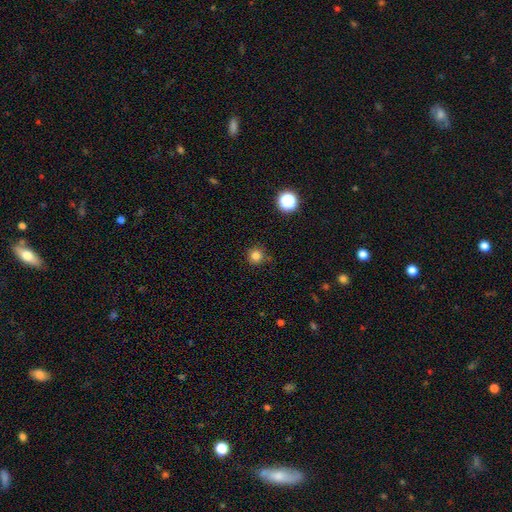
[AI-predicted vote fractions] A smooth galaxy with no disk features (82%) that is round (95%). Merging: none (85%).